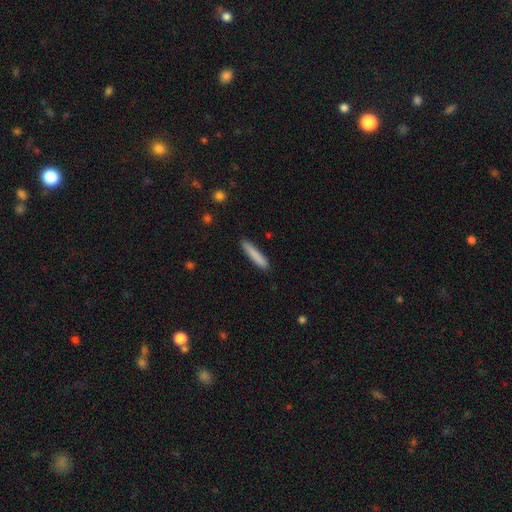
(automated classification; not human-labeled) Smooth or featured? smooth (84%)
How rounded? cigar-shaped (92%)
Merging? none (88%)